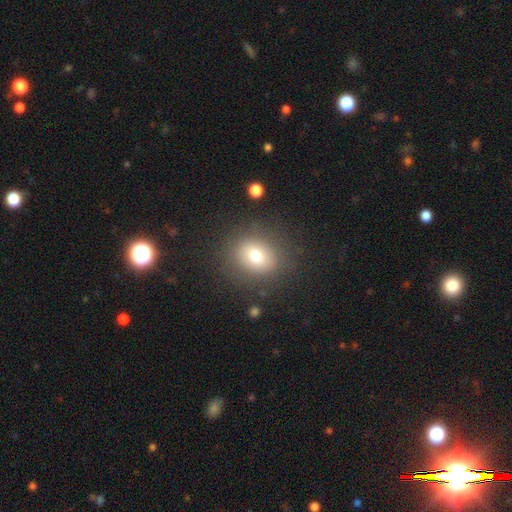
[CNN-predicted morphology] smooth-or-featured: smooth: 72% | featured or disk: 15% | star or artifact: 13%
  how-rounded: round: 62% | in between: 37% | cigar-shaped: 1%
  merging: none: 83% | minor disturbance: 10% | major disturbance: 5% | merger: 2%